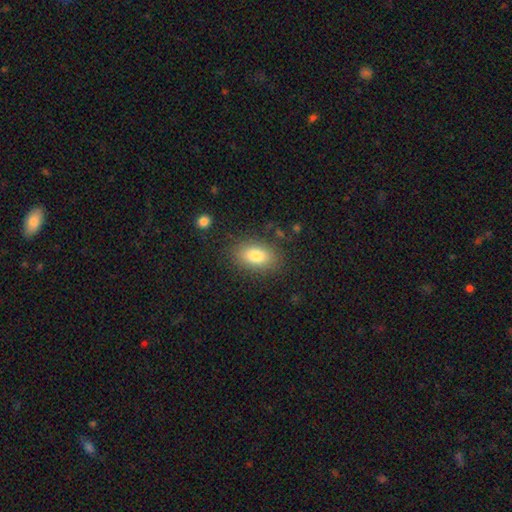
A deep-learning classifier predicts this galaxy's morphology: Overall: smooth (82%). How rounded: in between (88%). Merging: none (84%).